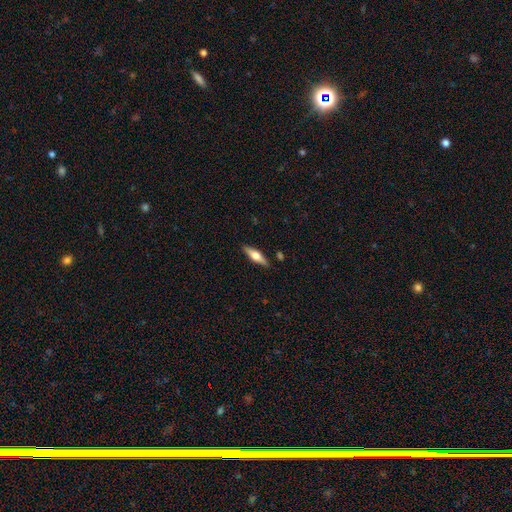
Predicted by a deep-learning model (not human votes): Smooth or featured?
  - featured or disk: 52% *
  - smooth: 42%
  - star or artifact: 6%
Edge-on disk?
  - yes: 94% *
  - no: 6%
Merging?
  - none: 88% *
  - minor disturbance: 9%
  - major disturbance: 2%
  - merger: 2%